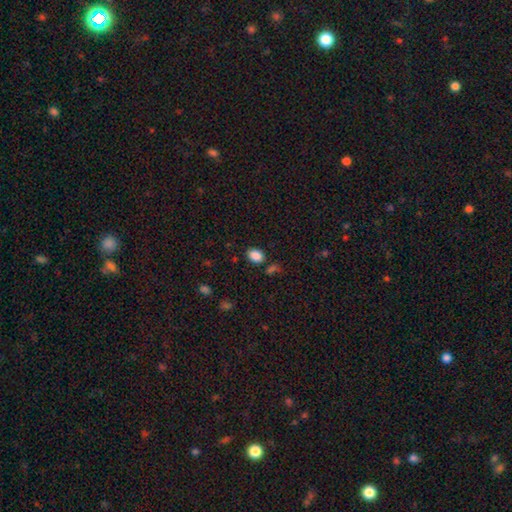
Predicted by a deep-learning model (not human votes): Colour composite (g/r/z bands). It shows a smooth galaxy with no disk features (87%) that is in between round and cigar-shaped (73%). Merging: none (80%).